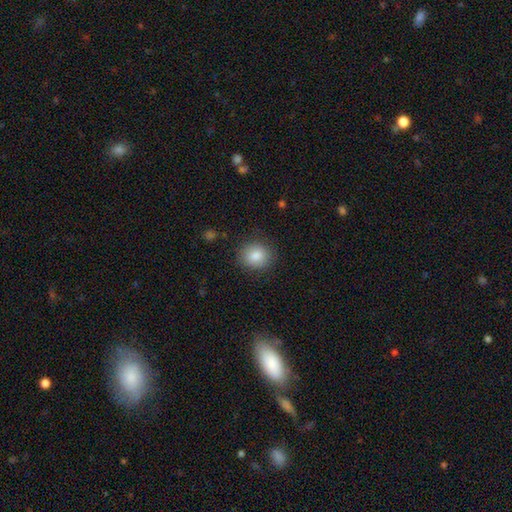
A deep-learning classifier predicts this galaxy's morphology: Overall: smooth (85%). How rounded: round (77%). Merging: none (87%).